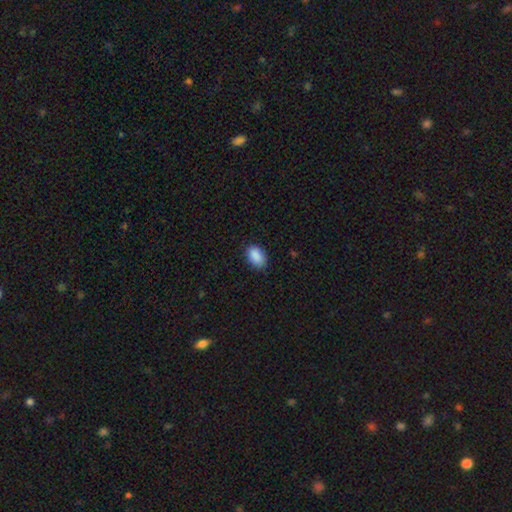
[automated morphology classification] smooth-or-featured: smooth: 90% | star or artifact: 7% | featured or disk: 3%
  how-rounded: in between: 88% | round: 11% | cigar-shaped: 1%
  merging: none: 82% | minor disturbance: 14% | major disturbance: 3% | merger: 1%